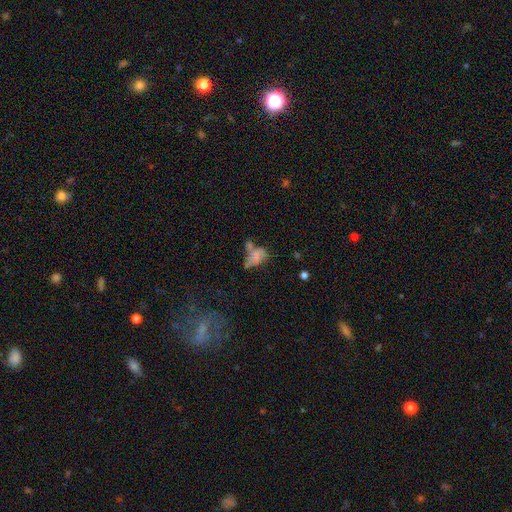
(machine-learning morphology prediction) smooth-or-featured: smooth: 54% | featured or disk: 34% | star or artifact: 12%
  how-rounded: in between: 80% | round: 18% | cigar-shaped: 2%
  merging: merger: 36% | none: 26% | minor disturbance: 21% | major disturbance: 17%